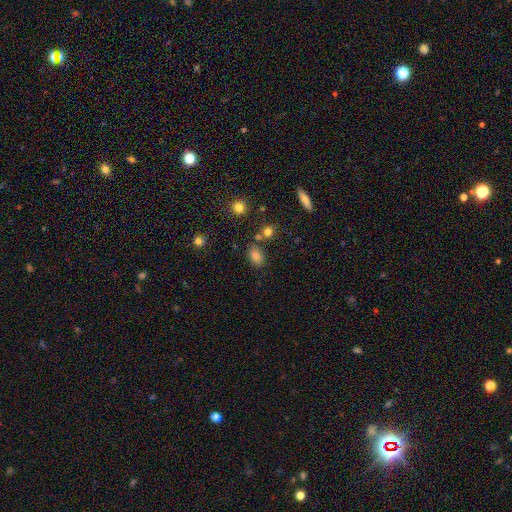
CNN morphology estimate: smooth_or_featured: smooth (p=0.80) [alt: star or artifact p=0.12]
how_rounded: in between (p=0.76) [alt: round p=0.22]
merging: none (p=0.74) [alt: minor disturbance p=0.12]